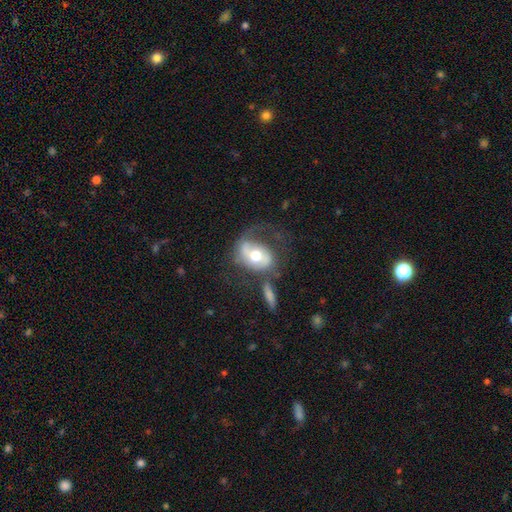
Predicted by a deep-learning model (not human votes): smooth-or-featured: featured or disk: 58% | smooth: 35% | star or artifact: 7%
  disk-edge-on: no: 94% | yes: 6%
    bar: no: 48% | weak: 31% | strong: 21%
    has-spiral-arms: yes: 65% | no: 35%
    bulge-size: moderate: 72% | large: 16% | small: 9% | dominant: 2% | none: 1%
  merging: none: 40% | major disturbance: 27% | minor disturbance: 21% | merger: 11%